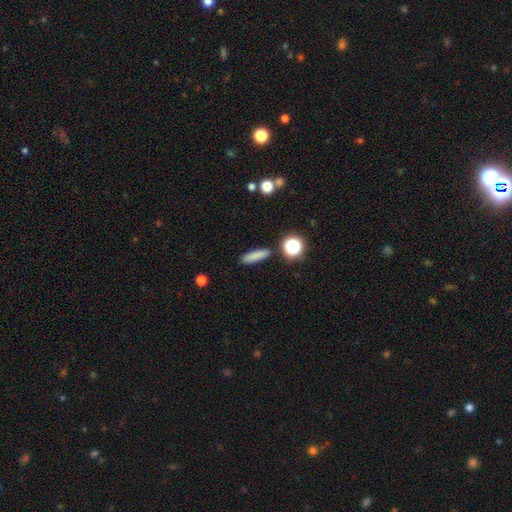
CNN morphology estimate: smooth-or-featured: smooth: 81% | star or artifact: 11% | featured or disk: 8%
  how-rounded: cigar-shaped: 73% | in between: 21% | round: 5%
  merging: none: 88% | minor disturbance: 7% | merger: 3% | major disturbance: 2%